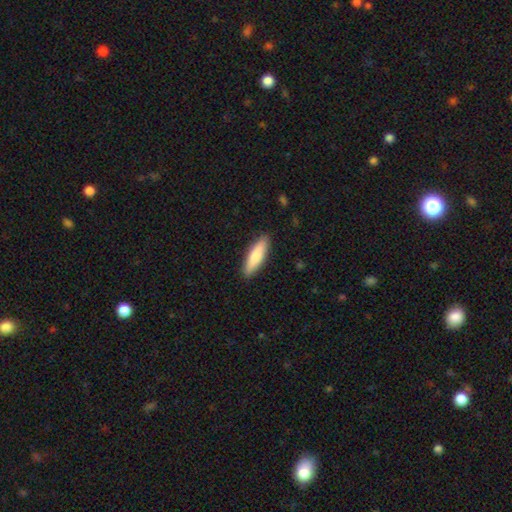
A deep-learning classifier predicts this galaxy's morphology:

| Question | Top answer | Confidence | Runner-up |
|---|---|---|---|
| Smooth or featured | smooth | 80% | featured or disk (15%) |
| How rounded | cigar-shaped | 65% | in between (33%) |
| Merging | none | 90% | minor disturbance (8%) |